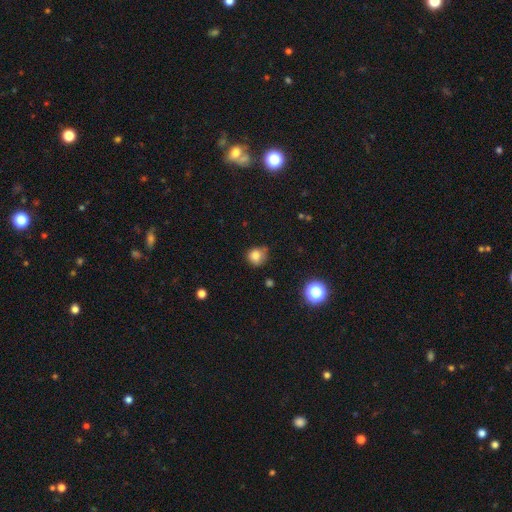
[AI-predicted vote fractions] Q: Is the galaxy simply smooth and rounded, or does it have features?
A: smooth — 81%.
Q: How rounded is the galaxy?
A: round — 80%.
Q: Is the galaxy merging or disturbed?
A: none — 56%.